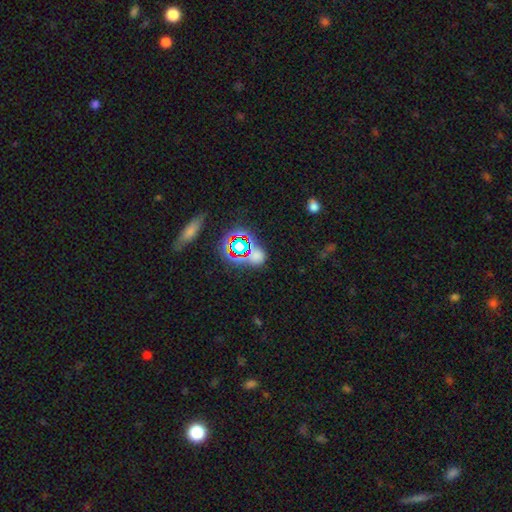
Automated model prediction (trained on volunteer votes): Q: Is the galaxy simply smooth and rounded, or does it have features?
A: star or artifact — 46%.